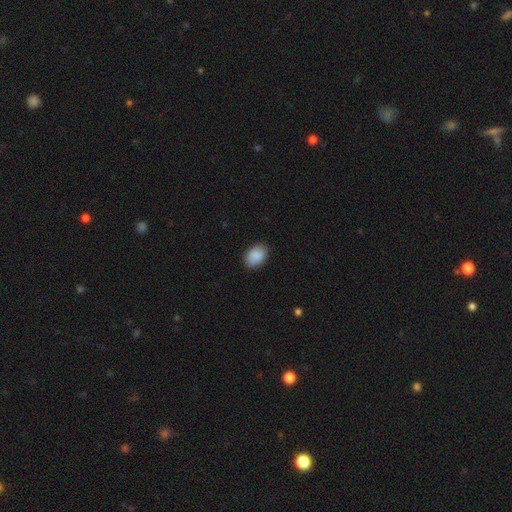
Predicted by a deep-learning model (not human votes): The model was most divided on "how rounded": in between: 81%, round: 18%, cigar-shaped: 1%. More confident: smooth or featured — smooth (90%); merging — none (87%).